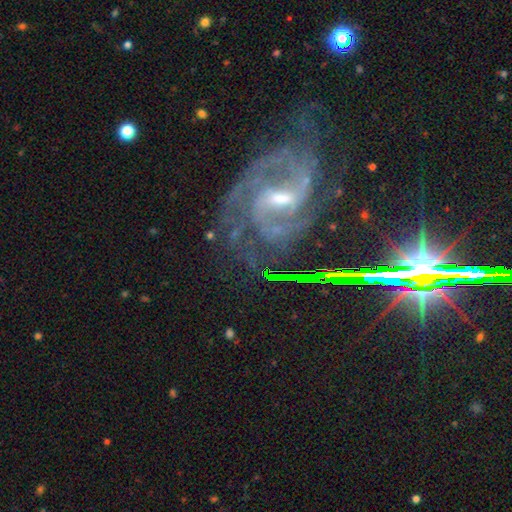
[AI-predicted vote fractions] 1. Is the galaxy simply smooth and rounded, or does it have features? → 85% featured or disk, 11% star or artifact, 4% smooth.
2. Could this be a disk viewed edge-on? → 96% no, 4% yes.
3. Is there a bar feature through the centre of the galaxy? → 46% weak, 37% strong, 17% no.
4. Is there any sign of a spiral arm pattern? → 98% yes, 2% no.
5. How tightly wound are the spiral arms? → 50% medium, 39% tight, 12% loose.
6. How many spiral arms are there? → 53% 2, 17% 3, 12% can't tell, 7% 4, 5% 1, 5% more than 4.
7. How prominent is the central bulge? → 57% small, 38% moderate, 2% none, 2% large, 1% dominant.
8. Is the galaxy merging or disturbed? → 67% none, 18% minor disturbance, 13% major disturbance, 3% merger.